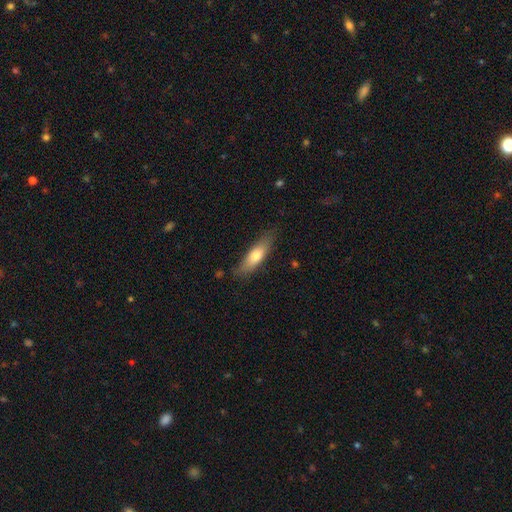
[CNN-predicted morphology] This is likely a smooth galaxy (68%). How rounded: possibly cigar-shaped (53%). Merging: likely none (77%).